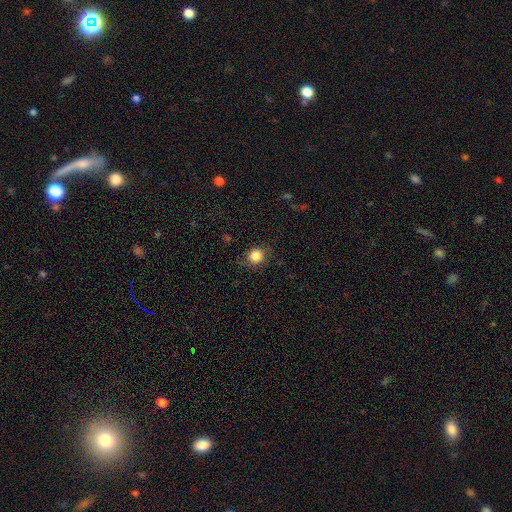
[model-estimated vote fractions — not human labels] This is clearly a smooth galaxy (84%). How rounded: clearly round (83%). Merging: clearly none (81%).